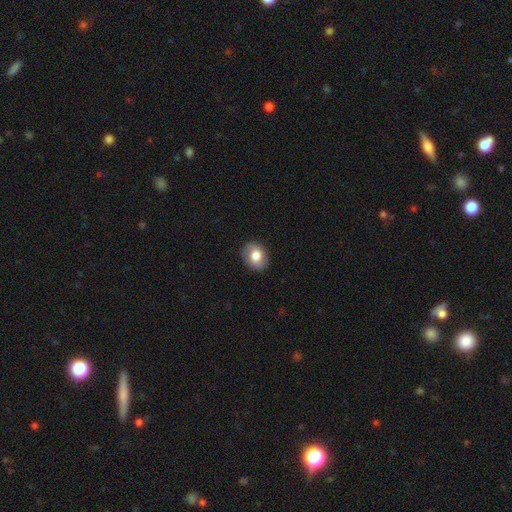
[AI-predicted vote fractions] Smooth or featured? smooth (68%)
How rounded? in between (57%)
Merging? none (84%)